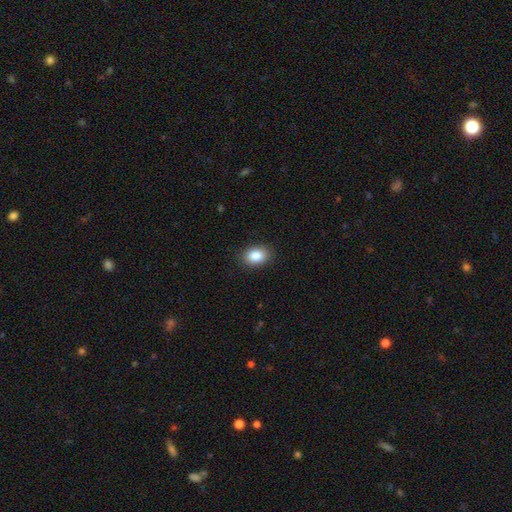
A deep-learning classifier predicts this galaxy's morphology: Smooth or featured?
  - smooth: 86% *
  - star or artifact: 8%
  - featured or disk: 6%
How rounded?
  - in between: 80% *
  - round: 19%
  - cigar-shaped: 1%
Merging?
  - none: 88% *
  - minor disturbance: 9%
  - major disturbance: 2%
  - merger: 1%